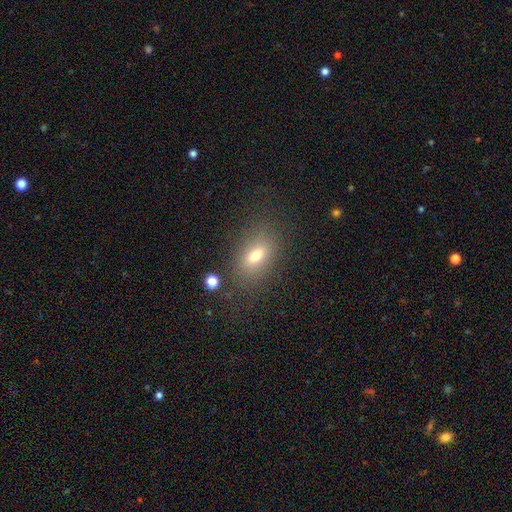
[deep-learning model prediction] This is likely a smooth galaxy (70%). How rounded: clearly in between (80%). Merging: likely none (78%).